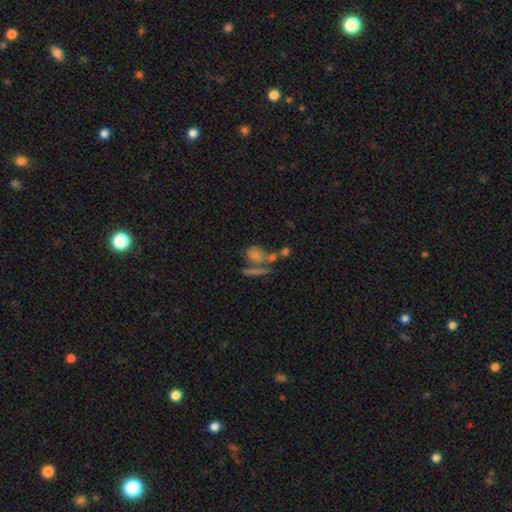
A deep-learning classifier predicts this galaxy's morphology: Smooth or featured?
  - smooth: 52% *
  - featured or disk: 26%
  - star or artifact: 22%
How rounded?
  - in between: 54% *
  - round: 30%
  - cigar-shaped: 16%
Merging?
  - merger: 39% *
  - none: 36%
  - major disturbance: 13%
  - minor disturbance: 13%